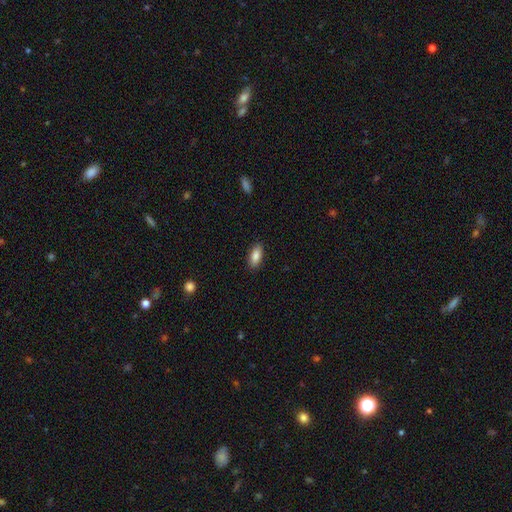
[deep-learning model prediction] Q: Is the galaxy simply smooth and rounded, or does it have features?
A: smooth — 87%.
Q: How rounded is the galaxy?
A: in between — 86%.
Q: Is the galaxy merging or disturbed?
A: none — 88%.